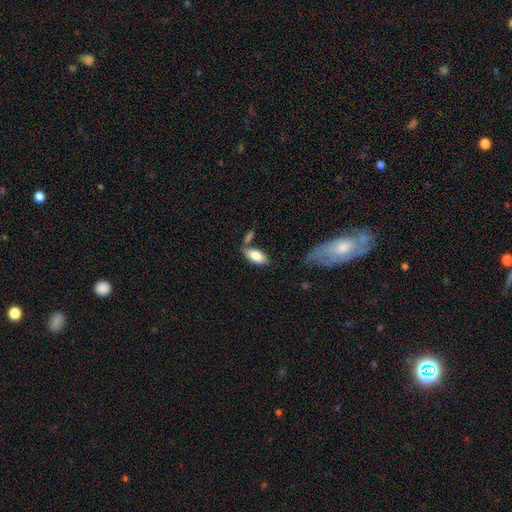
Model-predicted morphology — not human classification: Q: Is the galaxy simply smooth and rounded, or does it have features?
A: smooth — 81%.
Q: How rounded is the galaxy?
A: in between — 91%.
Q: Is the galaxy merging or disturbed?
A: none — 59%.